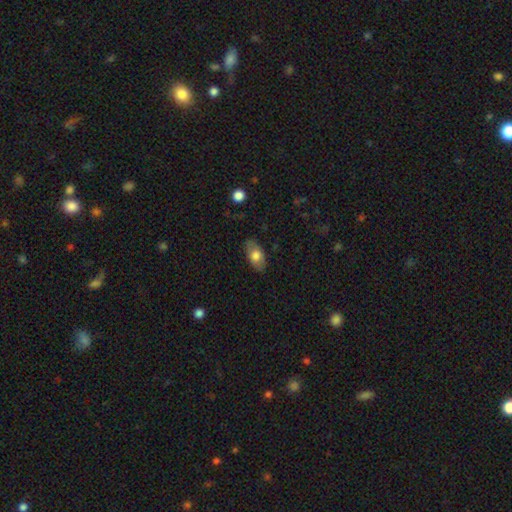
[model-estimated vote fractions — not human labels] Overall: smooth (72%). How rounded: in between (90%). Merging: none (81%).